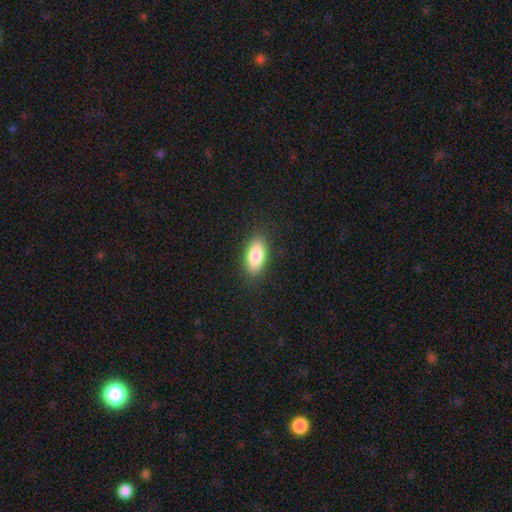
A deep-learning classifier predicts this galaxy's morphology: Smooth or featured?
  - smooth: 83% *
  - featured or disk: 10%
  - star or artifact: 7%
How rounded?
  - in between: 86% *
  - cigar-shaped: 11%
  - round: 3%
Merging?
  - none: 87% *
  - minor disturbance: 9%
  - major disturbance: 2%
  - merger: 1%